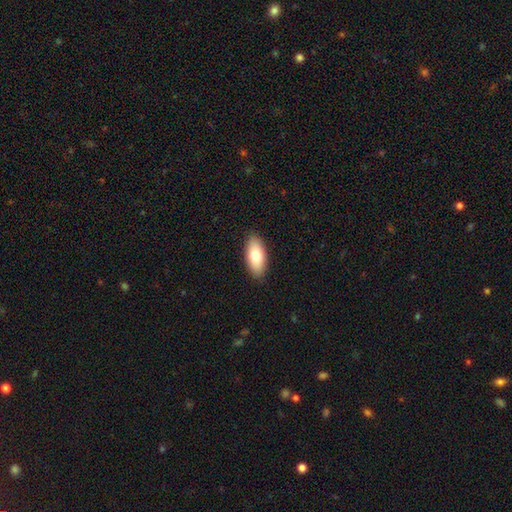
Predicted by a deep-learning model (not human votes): Smooth or featured? Predicted: smooth (p=0.77). How rounded? Predicted: in between (p=0.90). Merging? Predicted: none (p=0.89).